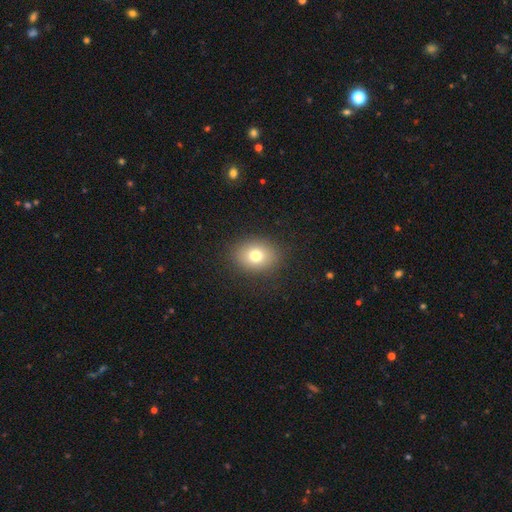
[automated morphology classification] smooth-or-featured: smooth: 77% | star or artifact: 12% | featured or disk: 11%
  how-rounded: in between: 54% | round: 45% | cigar-shaped: 1%
  merging: none: 88% | minor disturbance: 8% | major disturbance: 3% | merger: 1%